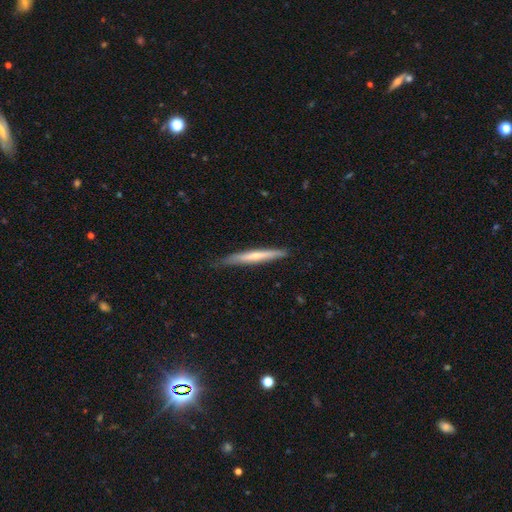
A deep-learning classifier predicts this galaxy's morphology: This appears to be a featured or disk galaxy (49%). Merging: none (81%).